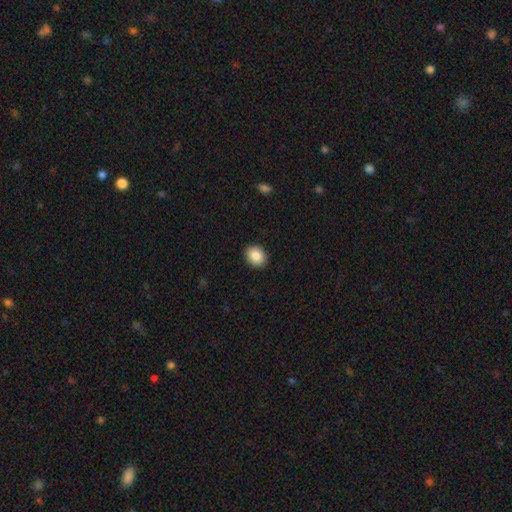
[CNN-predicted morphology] The model was most divided on "how rounded": round: 54%, in between: 45%, cigar-shaped: 1%. More confident: merging — none (91%); smooth or featured — smooth (87%).